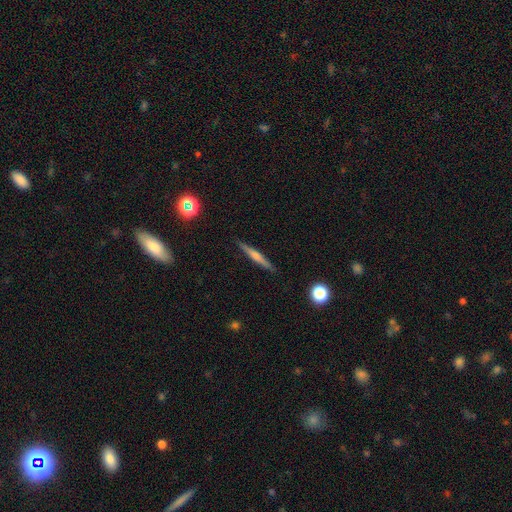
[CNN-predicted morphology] smooth_or_featured: featured or disk (p=0.63) [alt: smooth p=0.28]
disk_edge_on: yes (p=0.97) [alt: no p=0.03]
edge_on_bulge: rounded (p=0.71) [alt: none p=0.18]
merging: none (p=0.91) [alt: minor disturbance p=0.07]